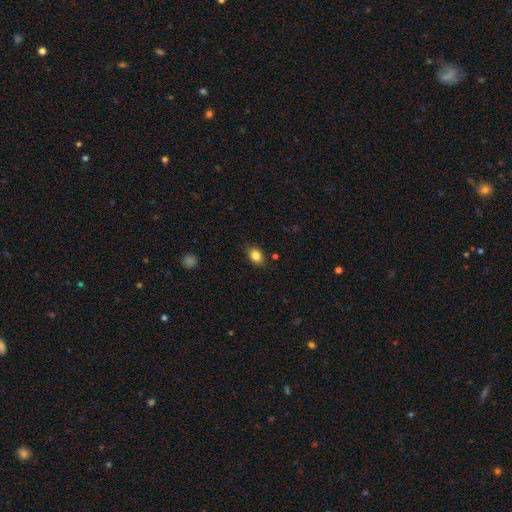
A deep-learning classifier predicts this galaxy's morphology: A smooth galaxy with no disk features (84%) that is in between round and cigar-shaped (66%).

Vote fractions:
- Smooth or featured? smooth: 84% / star or artifact: 10% / featured or disk: 6%
- How rounded? in between: 66% / round: 33% / cigar-shaped: 1%
- Merging? none: 83% / minor disturbance: 13% / major disturbance: 3% / merger: 1%